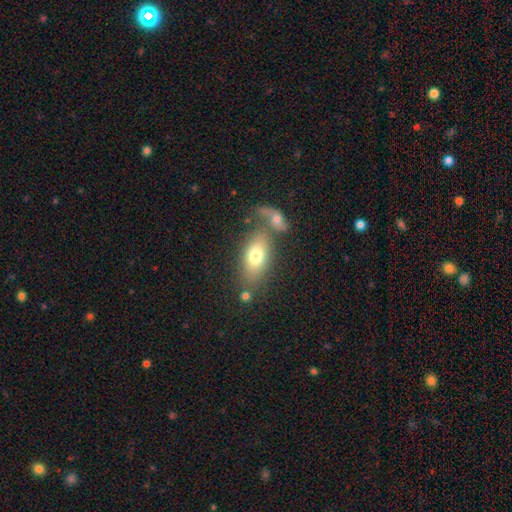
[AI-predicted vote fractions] Q: Smooth or featured?
A: smooth (71%); runner-up: featured or disk (21%)
Q: How rounded?
A: in between (86%); runner-up: round (9%)
Q: Merging?
A: none (56%); runner-up: merger (24%)